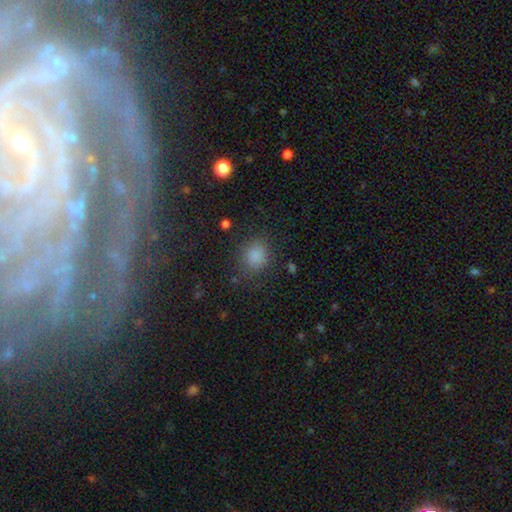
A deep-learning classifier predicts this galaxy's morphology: Smooth or featured? smooth (82%)
How rounded? round (62%)
Merging? none (78%)